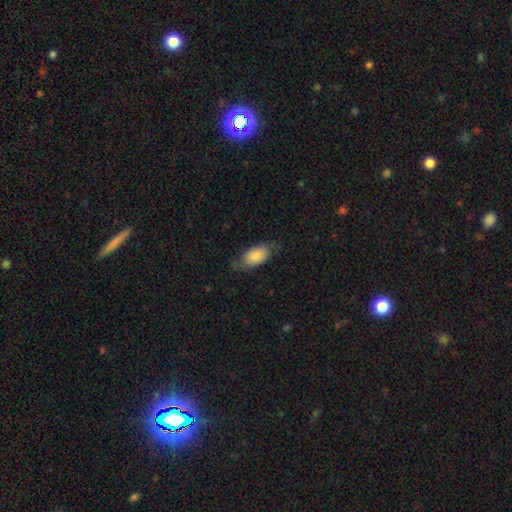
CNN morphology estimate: A smooth galaxy with no disk features (82%) that is in between round and cigar-shaped (91%).

Vote fractions:
- Smooth or featured? smooth: 82% / featured or disk: 12% / star or artifact: 6%
- How rounded? in between: 91% / cigar-shaped: 4% / round: 4%
- Merging? none: 68% / minor disturbance: 22% / major disturbance: 8% / merger: 1%